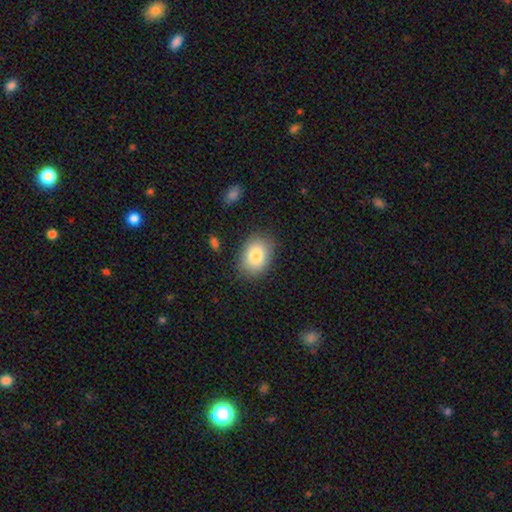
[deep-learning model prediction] Q: Smooth or featured?
A: smooth (83%); runner-up: featured or disk (9%)
Q: How rounded?
A: in between (70%); runner-up: round (29%)
Q: Merging?
A: none (83%); runner-up: minor disturbance (12%)